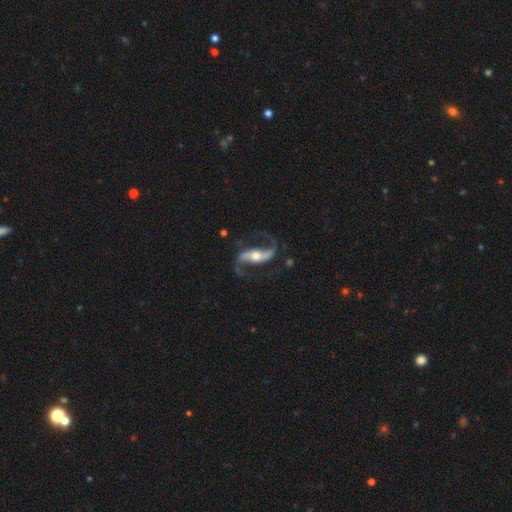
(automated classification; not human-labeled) This appears to be a featured or disk galaxy (90%) with a strong bar (57%), 2 (93%) loose (65%) spiral arms (97%) and a moderate central bulge (61%). Merging: none (76%).